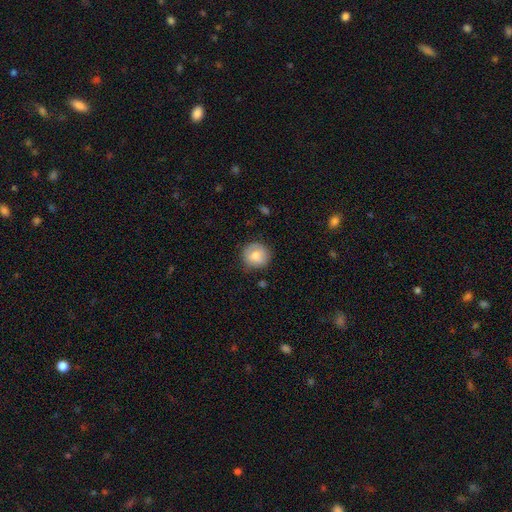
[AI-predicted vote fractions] smooth 77%, featured or disk 16%, star or artifact 7%. Down the decision tree: how rounded — round (89%); merging — none (80%).